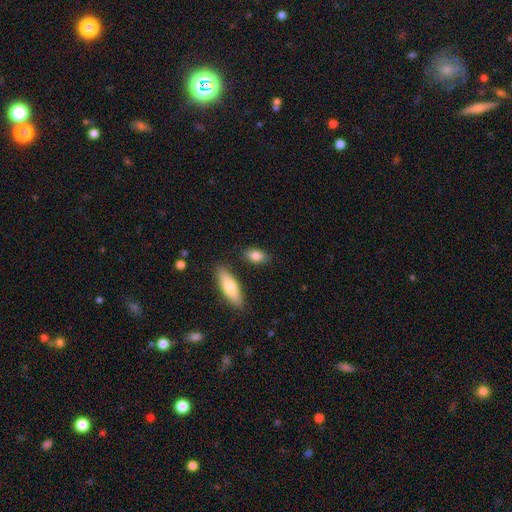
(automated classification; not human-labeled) Smooth or featured? Predicted: smooth (p=0.83). How rounded? Predicted: in between (p=0.84). Merging? Predicted: none (p=0.81).